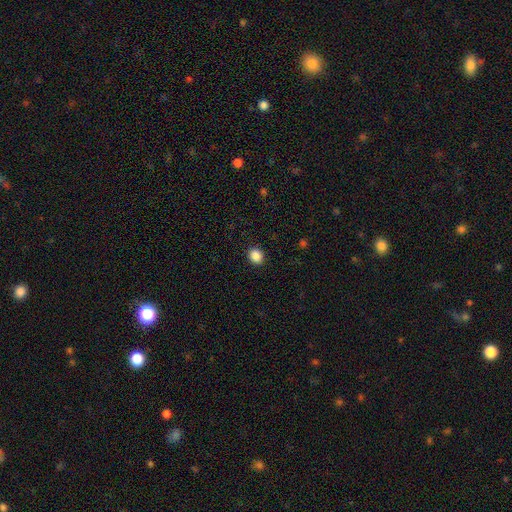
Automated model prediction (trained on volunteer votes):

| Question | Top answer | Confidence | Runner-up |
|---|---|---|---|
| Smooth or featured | smooth | 88% | star or artifact (9%) |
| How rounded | round | 70% | in between (29%) |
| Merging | none | 91% | minor disturbance (6%) |